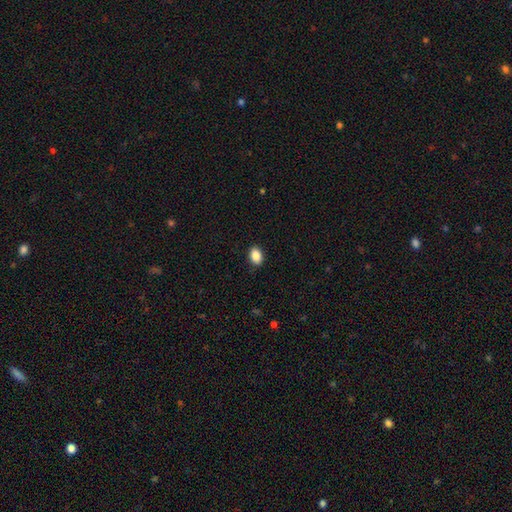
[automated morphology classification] Smooth or featured?
  - smooth: 88% *
  - star or artifact: 8%
  - featured or disk: 4%
How rounded?
  - in between: 84% *
  - round: 15%
  - cigar-shaped: 1%
Merging?
  - none: 88% *
  - minor disturbance: 9%
  - major disturbance: 2%
  - merger: 1%